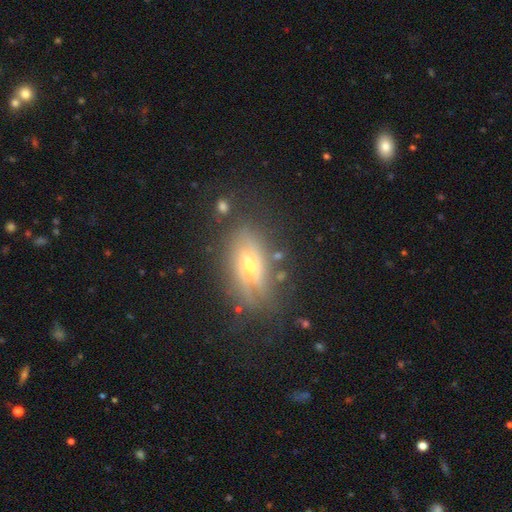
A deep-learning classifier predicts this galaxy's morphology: Overall: featured or disk (53%; smooth 34%). Edge-on disk: no (63%; yes 37%). Merging: none (69%).